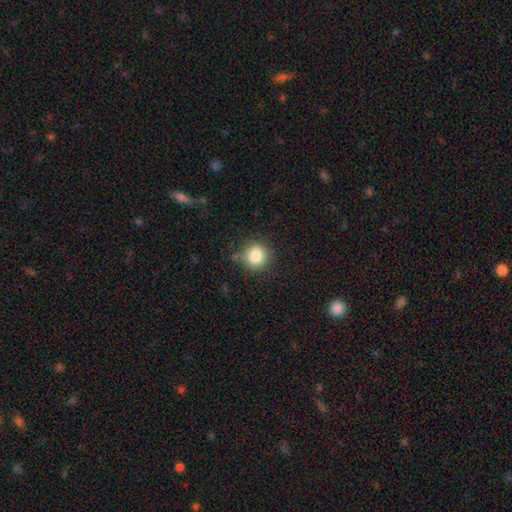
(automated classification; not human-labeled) Overall: smooth (84%). How rounded: round (90%). Merging: none (81%).